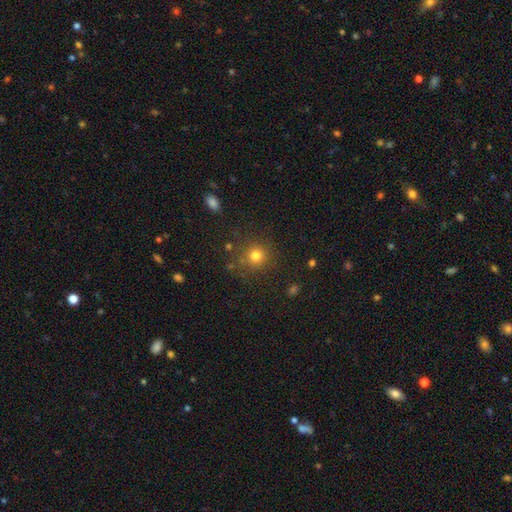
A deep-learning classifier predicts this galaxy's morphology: Smooth or featured? Predicted: smooth (p=0.78). How rounded? Predicted: round (p=0.92). Merging? Predicted: none (p=0.84).